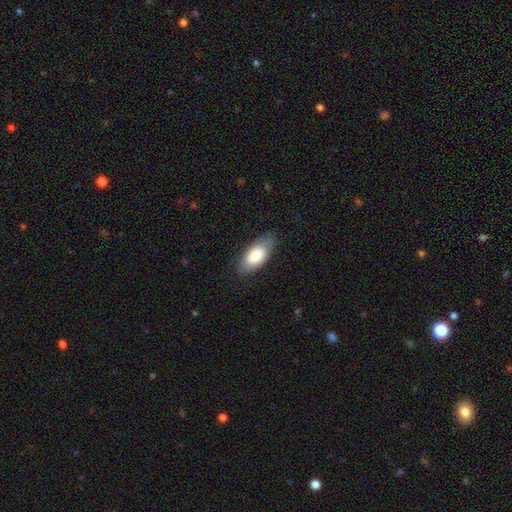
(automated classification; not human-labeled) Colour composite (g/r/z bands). It shows a smooth galaxy with no disk features (79%) that is in between round and cigar-shaped (88%). Merging: none (78%).